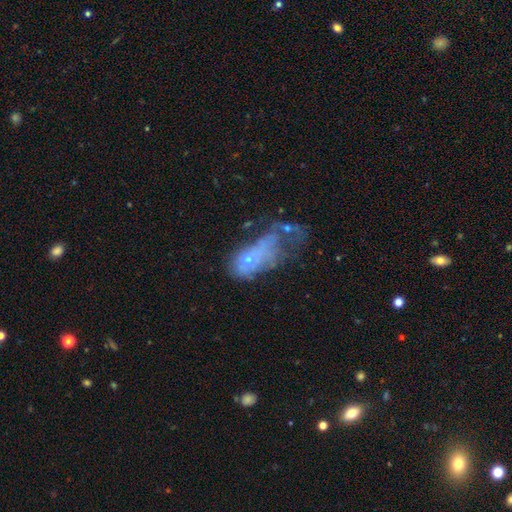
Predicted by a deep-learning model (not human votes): The model was most divided on "smooth or featured": smooth: 45%, featured or disk: 37%, star or artifact: 19%. Remaining: merging — major disturbance (48%).